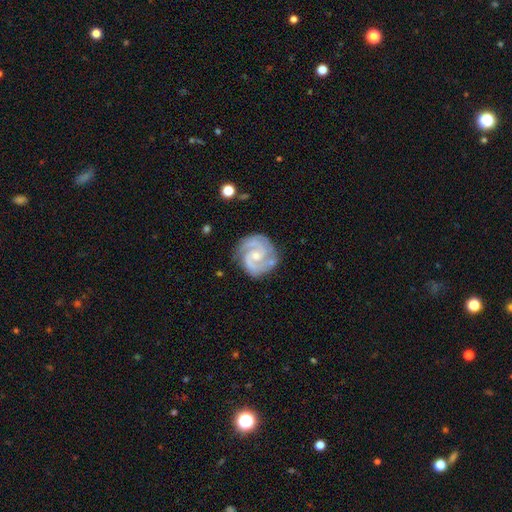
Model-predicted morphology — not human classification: Overall: featured or disk (90%). Edge-on disk: no (98%). Bar: no (54%; weak 39%). Spiral arms: yes (98%). Spiral arm count: 2 (76%). Spiral winding: tight (54%; medium 40%). Bulge size: small (57%; moderate 37%). Merging: none (76%).